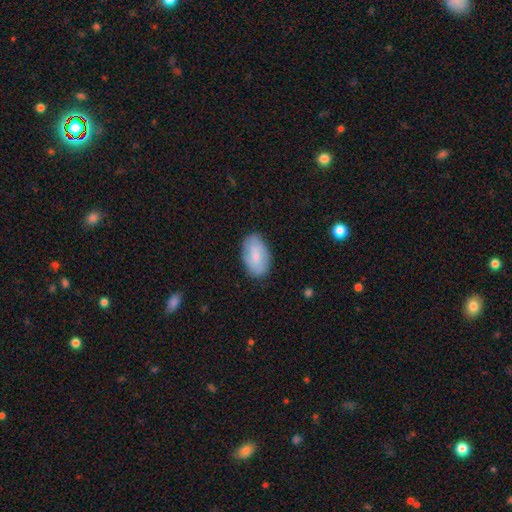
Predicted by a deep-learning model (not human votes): This appears to be a smooth galaxy with no disk features (74%) that is in between round and cigar-shaped (93%). Merging: none (82%).